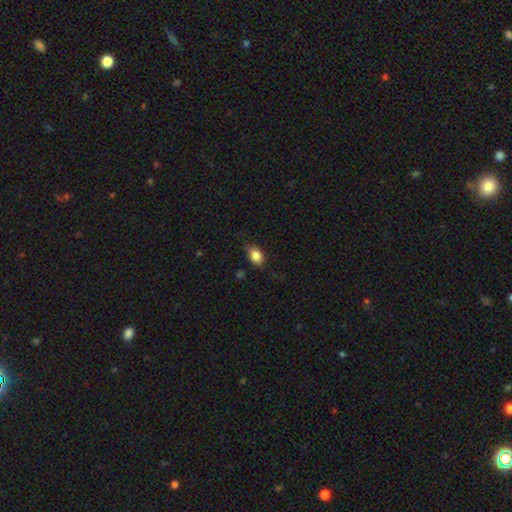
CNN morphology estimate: This is clearly a smooth galaxy (85%). How rounded: likely in between (77%). Merging: likely none (72%).